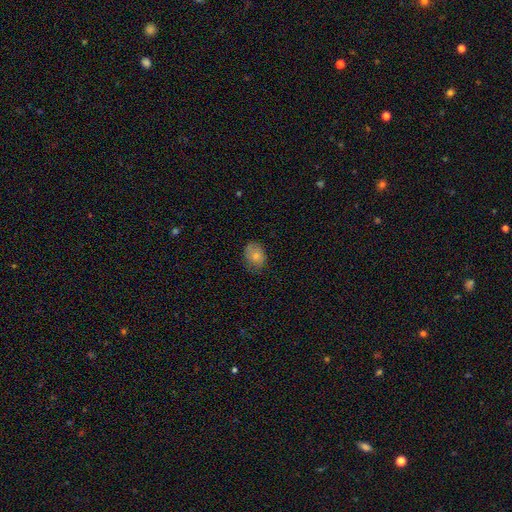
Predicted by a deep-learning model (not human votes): Overall: smooth (77%). How rounded: in between (59%; round 40%). Merging: none (72%).